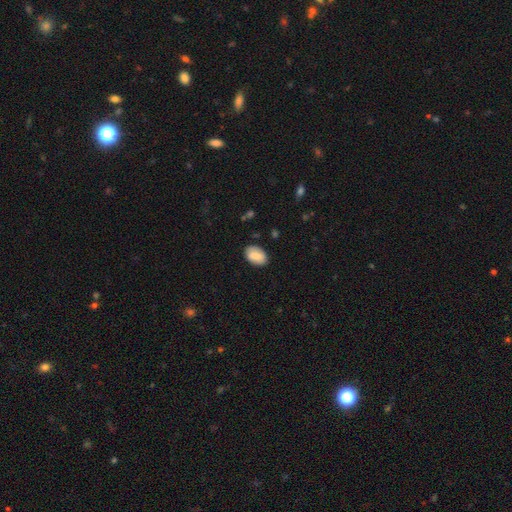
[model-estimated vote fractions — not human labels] This appears to be a smooth galaxy with no disk features (83%) that is in between round and cigar-shaped (89%). Merging: none (83%).